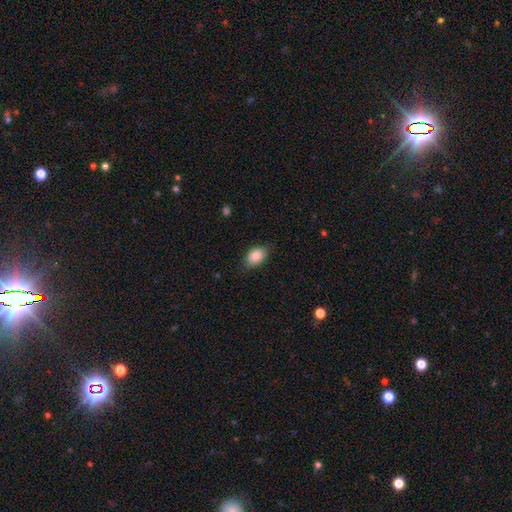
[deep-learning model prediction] This is clearly a smooth galaxy (85%). How rounded: clearly in between (86%). Merging: clearly none (81%).